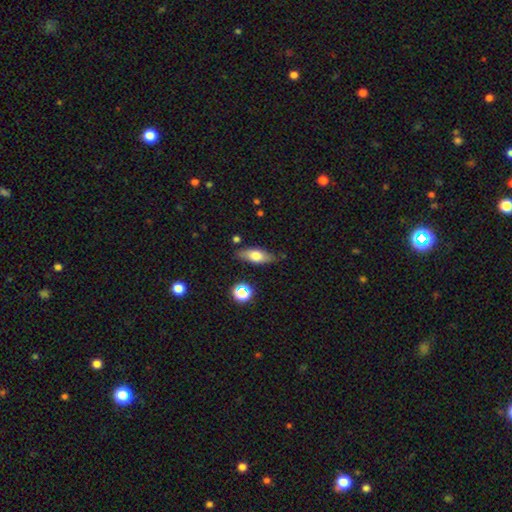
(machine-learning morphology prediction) smooth 65%, featured or disk 27%, star or artifact 8%. Down the decision tree: how rounded — in between (68%); merging — none (79%).